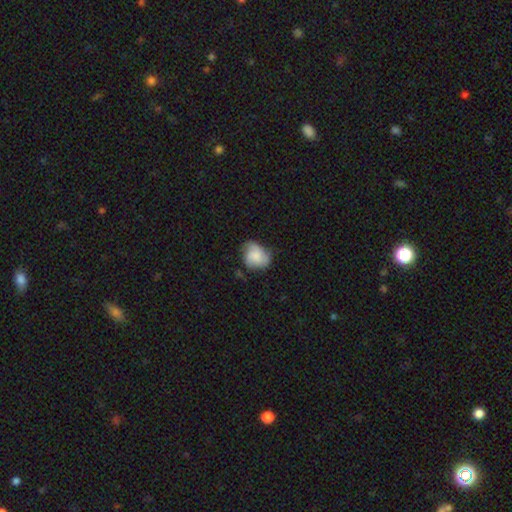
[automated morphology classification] smooth 51%, featured or disk 41%, star or artifact 8%. Down the decision tree: how rounded — round (52%); merging — none (55%).